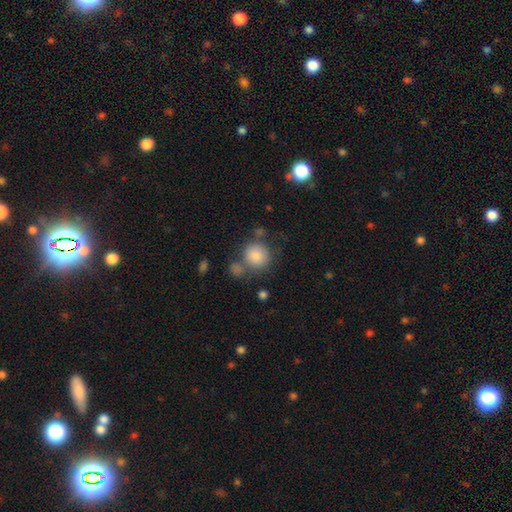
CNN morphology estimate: Q: Smooth or featured?
A: smooth (83%); runner-up: featured or disk (9%)
Q: How rounded?
A: round (87%); runner-up: in between (12%)
Q: Merging?
A: none (59%); runner-up: merger (19%)